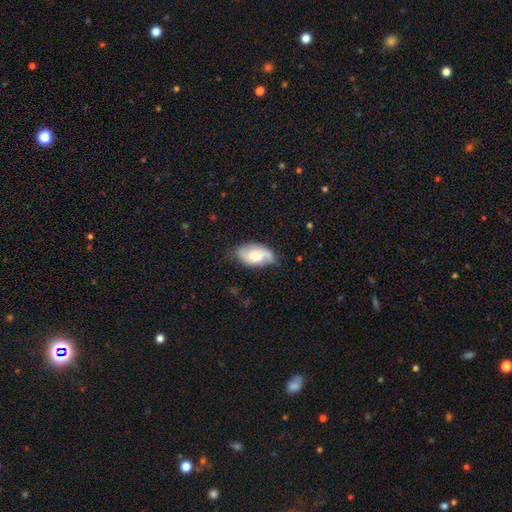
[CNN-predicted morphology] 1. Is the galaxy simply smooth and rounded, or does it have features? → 52% featured or disk, 41% smooth, 7% star or artifact.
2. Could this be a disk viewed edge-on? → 94% no, 6% yes.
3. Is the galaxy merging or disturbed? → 62% none, 27% minor disturbance, 9% major disturbance, 2% merger.